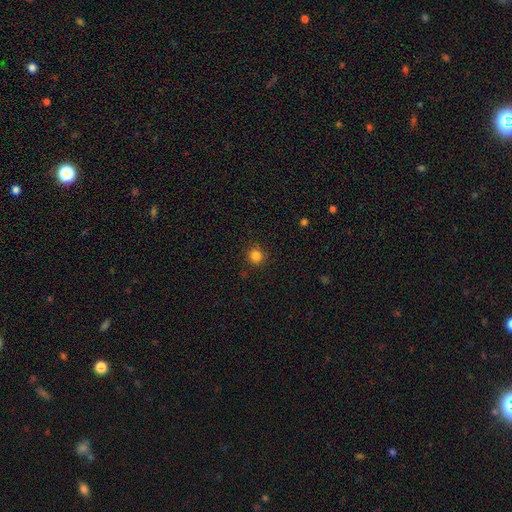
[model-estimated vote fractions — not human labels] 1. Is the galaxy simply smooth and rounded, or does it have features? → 83% smooth, 13% star or artifact, 4% featured or disk.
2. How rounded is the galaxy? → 91% round, 8% in between, 1% cigar-shaped.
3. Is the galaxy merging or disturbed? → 88% none, 8% minor disturbance, 3% major disturbance, 1% merger.